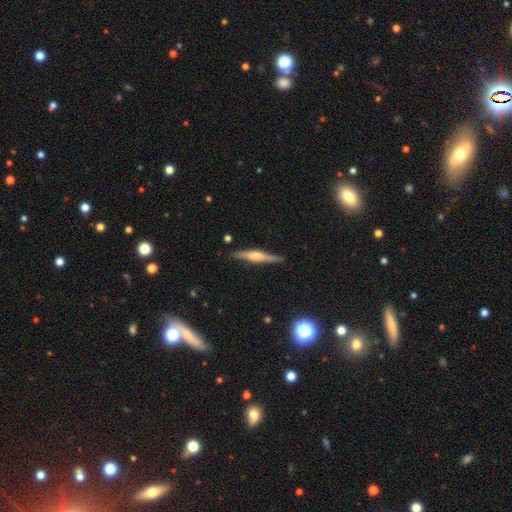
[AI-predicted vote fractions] A featured or disk galaxy (71%) viewed edge-on (97%) with a rounded central bulge (73%). Merging: none (88%).